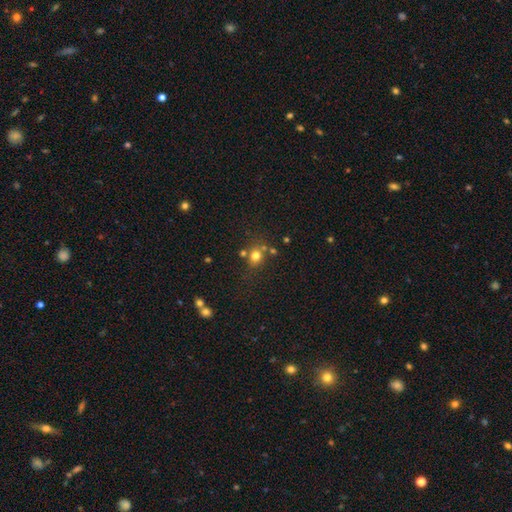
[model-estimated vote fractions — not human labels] smooth 74%, star or artifact 17%, featured or disk 9%. Down the decision tree: how rounded — round (71%); merging — none (65%).